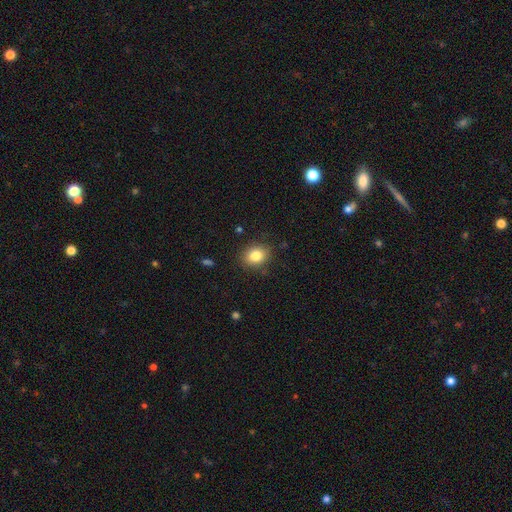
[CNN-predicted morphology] Smooth or featured? Predicted: smooth (p=0.83). How rounded? Predicted: round (p=0.51). Merging? Predicted: none (p=0.86).